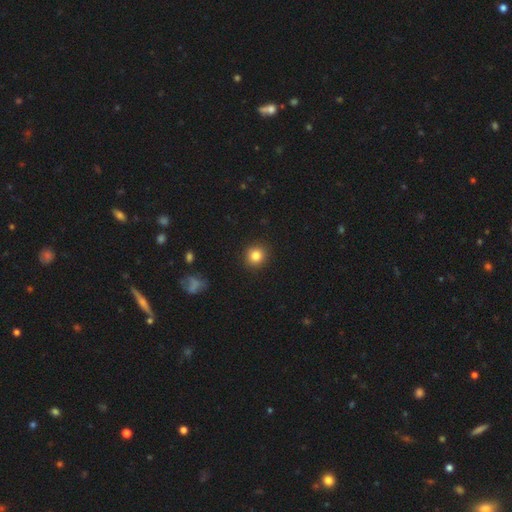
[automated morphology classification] smooth-or-featured: smooth: 84% | star or artifact: 11% | featured or disk: 6%
  how-rounded: round: 91% | in between: 8% | cigar-shaped: 1%
  merging: none: 91% | minor disturbance: 6% | major disturbance: 2% | merger: 1%